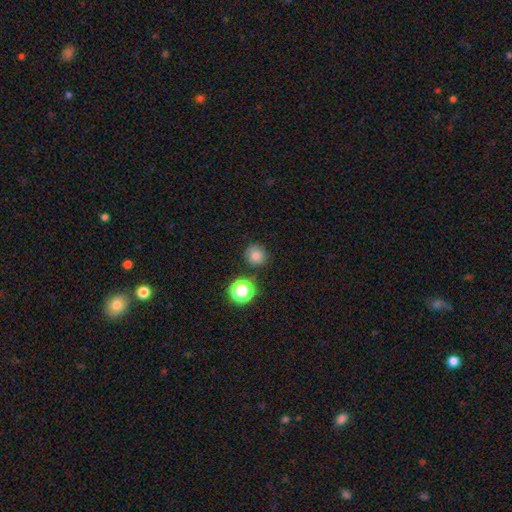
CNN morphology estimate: The model was most divided on "smooth or featured": smooth: 77%, star or artifact: 15%, featured or disk: 8%. More confident: how rounded — round (90%); merging — none (84%).